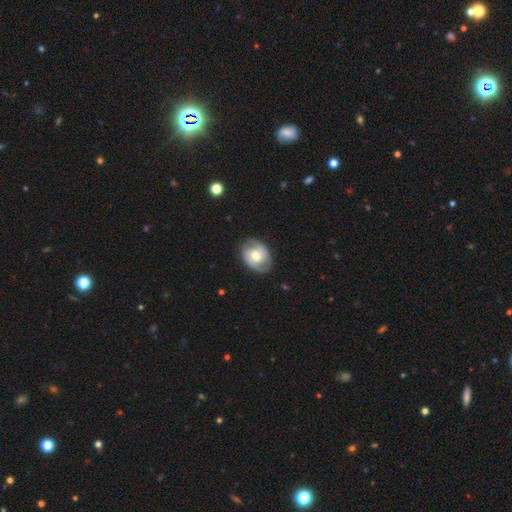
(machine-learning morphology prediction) smooth_or_featured: featured or disk (p=0.54) [alt: smooth p=0.39]
disk_edge_on: no (p=0.95) [alt: yes p=0.05]
bar: no (p=0.58) [alt: weak p=0.32]
has_spiral_arms: yes (p=0.69) [alt: no p=0.31]
bulge_size: moderate (p=0.72) [alt: small p=0.14]
merging: none (p=0.78) [alt: minor disturbance p=0.16]